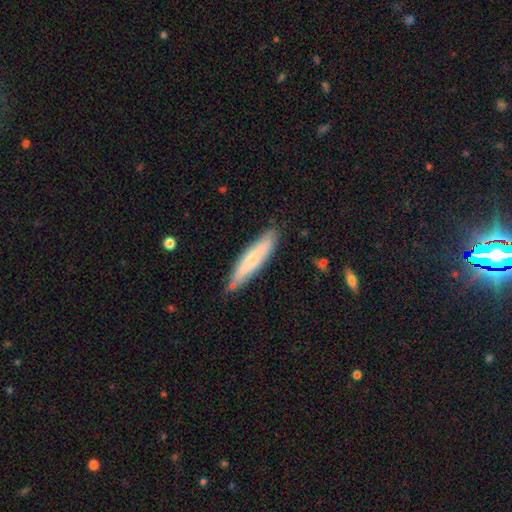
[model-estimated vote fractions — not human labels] Smooth or featured? smooth (65%)
How rounded? cigar-shaped (85%)
Merging? none (79%)